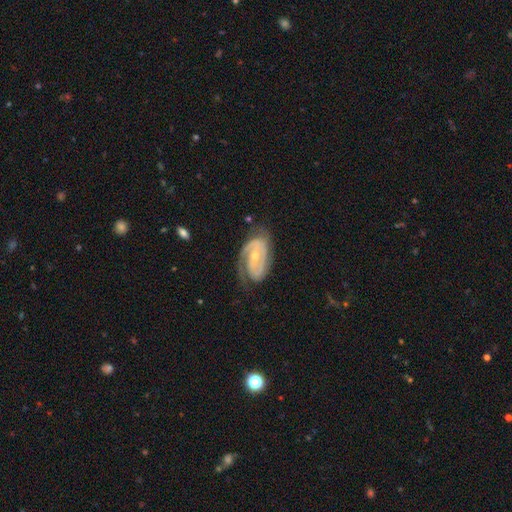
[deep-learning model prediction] The model was most divided on "bar": no: 52%, weak: 34%, strong: 13%. More confident: edge-on disk — no (97%); spiral arms — yes (96%); smooth or featured — featured or disk (88%); spiral arm count — 2 (72%); merging — none (67%); spiral winding — tight (60%); bulge size — small (59%).